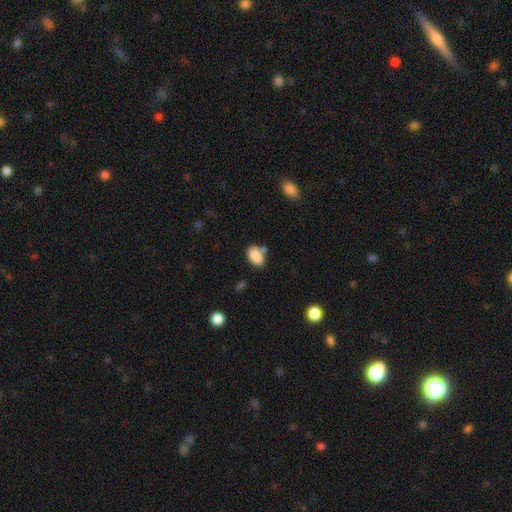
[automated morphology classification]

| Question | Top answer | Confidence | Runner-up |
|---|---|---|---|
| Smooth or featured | smooth | 87% | star or artifact (8%) |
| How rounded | in between | 89% | round (10%) |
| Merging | none | 66% | minor disturbance (16%) |